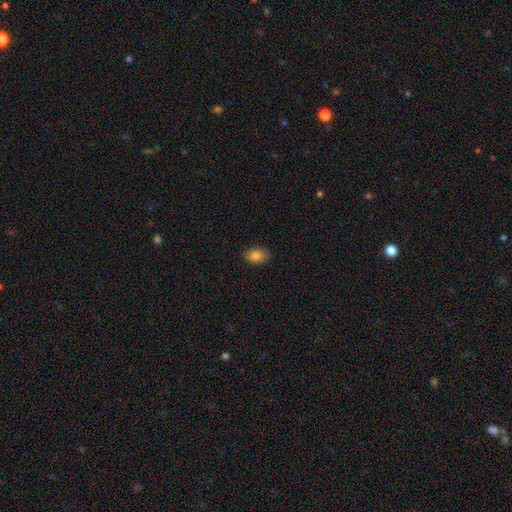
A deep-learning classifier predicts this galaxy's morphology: A smooth galaxy with no disk features (85%) that is in between round and cigar-shaped (87%). Merging: none (85%).